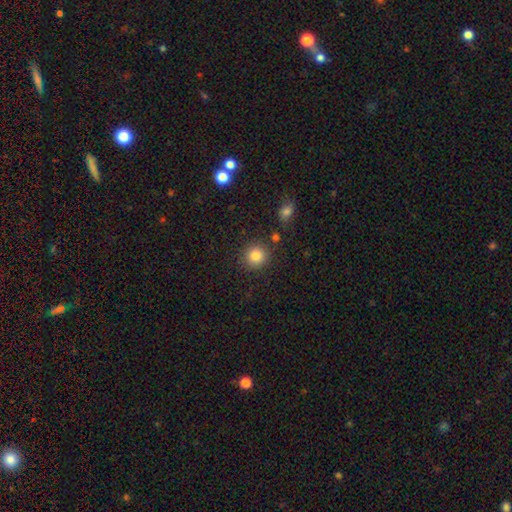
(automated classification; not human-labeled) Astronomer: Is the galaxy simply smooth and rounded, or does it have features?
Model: smooth — 84%.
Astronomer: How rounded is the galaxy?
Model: round — 90%.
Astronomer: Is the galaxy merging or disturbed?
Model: none — 86%.